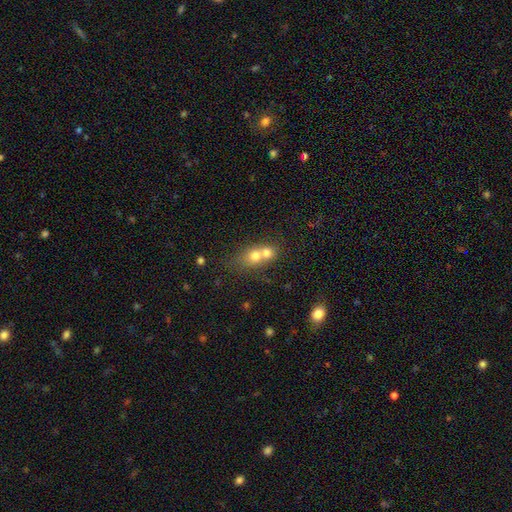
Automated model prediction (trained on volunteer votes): Morphology: type=smooth (70%); roundness=round (55%); merging=merger (69%).